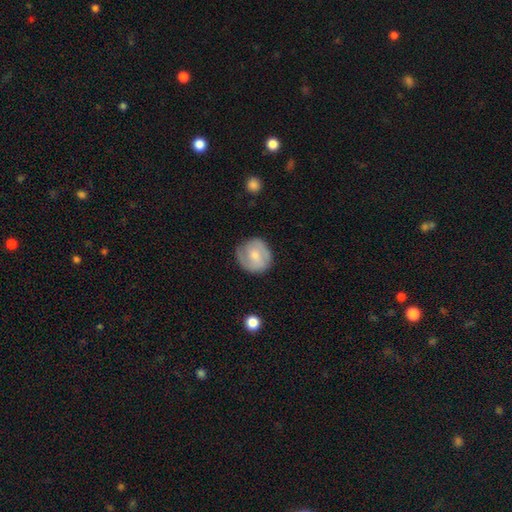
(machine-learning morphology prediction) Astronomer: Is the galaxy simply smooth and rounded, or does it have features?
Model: featured or disk — 55% (runner-up: smooth, 39%).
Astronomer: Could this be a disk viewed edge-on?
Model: no — 97%.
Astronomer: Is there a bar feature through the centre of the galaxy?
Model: weak — 47% (runner-up: no, 42%).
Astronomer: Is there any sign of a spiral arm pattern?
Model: yes — 85%.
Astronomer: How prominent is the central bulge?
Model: moderate — 49% (runner-up: small, 41%).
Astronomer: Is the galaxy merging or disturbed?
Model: none — 77%.